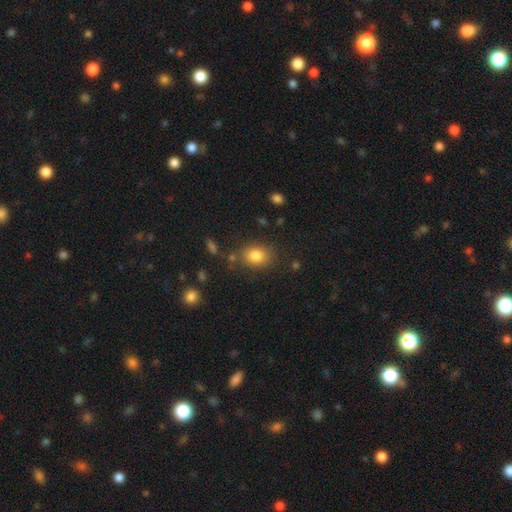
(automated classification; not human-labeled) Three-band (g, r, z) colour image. It shows a smooth galaxy with no disk features (83%) that is in between round and cigar-shaped (53%). Merging: none (78%).